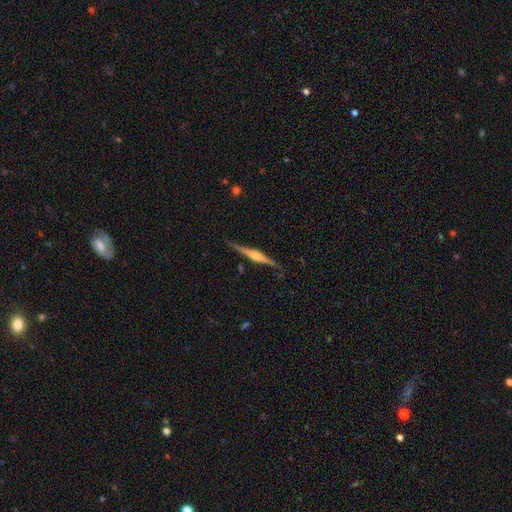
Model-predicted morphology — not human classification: type=featured or disk (80%); edge-on=yes (98%); edge-on bulge=rounded (81%); merging=none (87%).